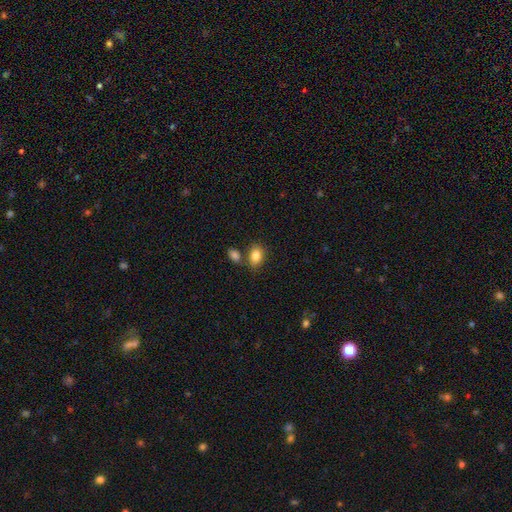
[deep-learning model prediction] Smooth or featured?
  - smooth: 84% *
  - star or artifact: 8%
  - featured or disk: 7%
How rounded?
  - in between: 79% *
  - round: 20%
  - cigar-shaped: 1%
Merging?
  - none: 64% *
  - merger: 18%
  - minor disturbance: 14%
  - major disturbance: 4%